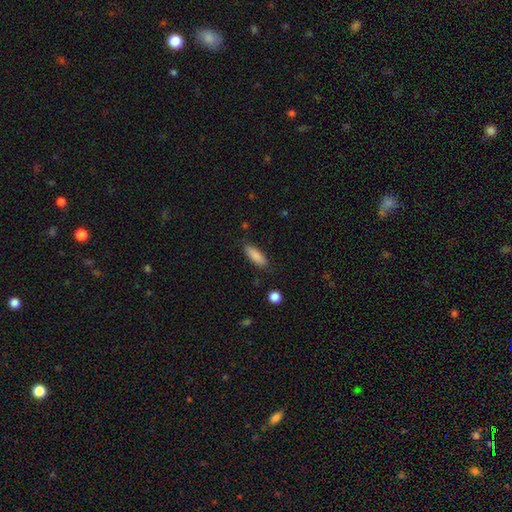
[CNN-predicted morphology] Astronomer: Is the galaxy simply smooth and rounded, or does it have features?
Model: smooth — 87%.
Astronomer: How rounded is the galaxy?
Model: in between — 58% (runner-up: cigar-shaped, 40%).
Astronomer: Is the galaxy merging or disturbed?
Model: none — 83%.